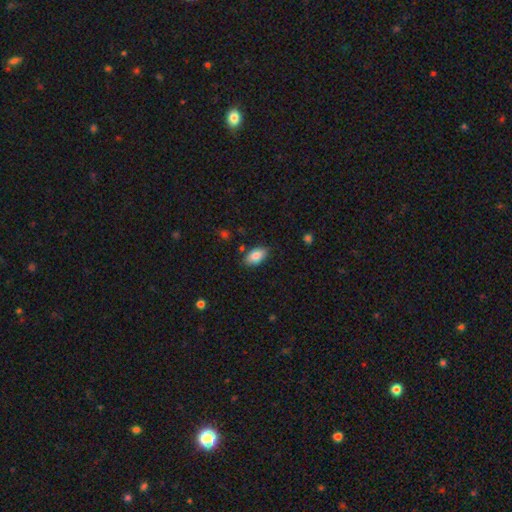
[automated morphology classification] type=smooth (85%); roundness=in between (93%); merging=none (83%).